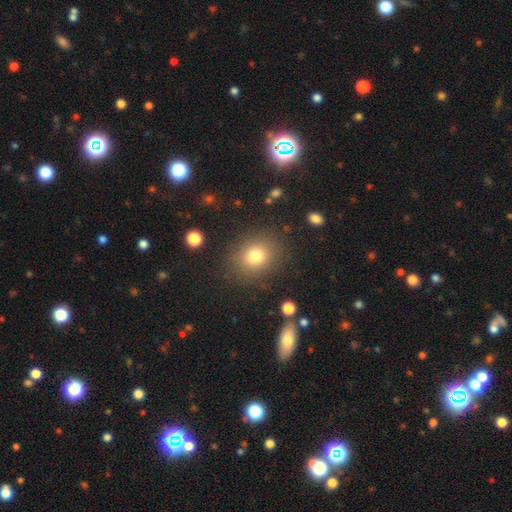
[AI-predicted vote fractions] Smooth or featured? smooth (78%)
How rounded? round (63%)
Merging? none (84%)